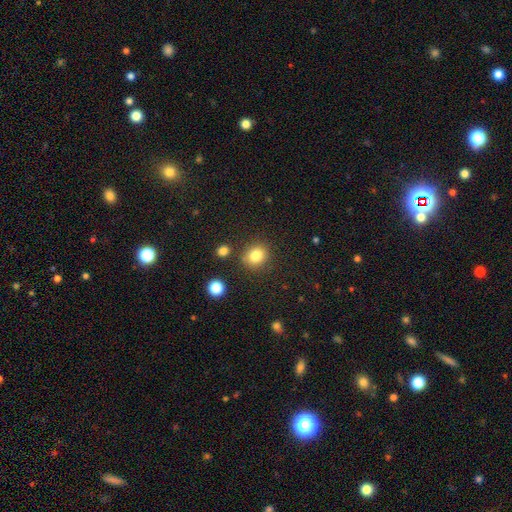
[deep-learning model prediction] Smooth or featured?
  - smooth: 82% *
  - star or artifact: 11%
  - featured or disk: 7%
How rounded?
  - round: 70% *
  - in between: 29%
  - cigar-shaped: 1%
Merging?
  - none: 81% *
  - minor disturbance: 11%
  - merger: 4%
  - major disturbance: 3%